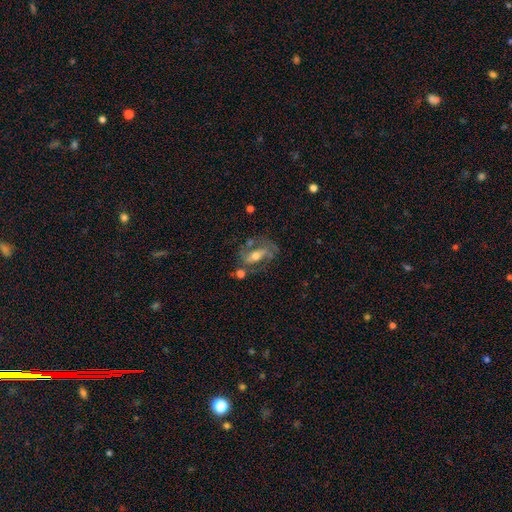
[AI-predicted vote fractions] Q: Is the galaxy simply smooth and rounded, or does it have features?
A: featured or disk — 66%.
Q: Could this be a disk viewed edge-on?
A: no — 88%.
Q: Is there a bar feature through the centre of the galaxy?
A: no — 35%.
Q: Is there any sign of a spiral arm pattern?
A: yes — 67%.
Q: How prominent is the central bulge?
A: moderate — 65%.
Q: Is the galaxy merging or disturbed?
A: none — 49%.